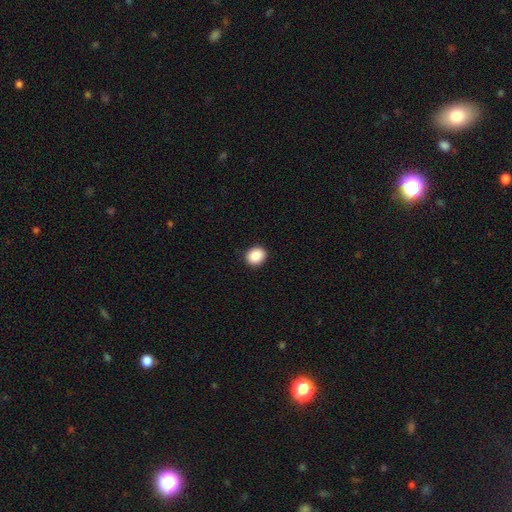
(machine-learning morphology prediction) This is clearly a smooth galaxy (89%). How rounded: likely round (65%). Merging: clearly none (91%).